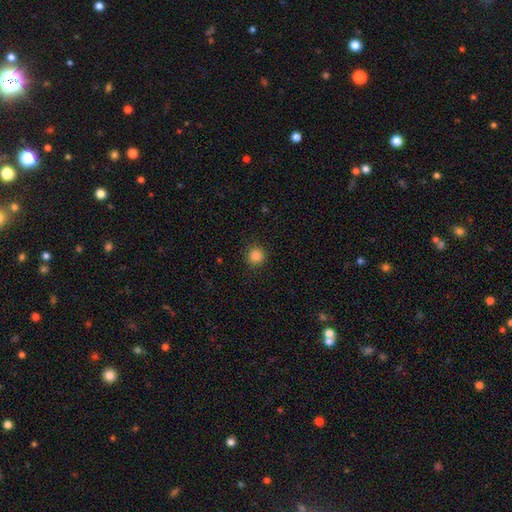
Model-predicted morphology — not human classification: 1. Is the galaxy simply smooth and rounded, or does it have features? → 87% smooth, 11% star or artifact, 3% featured or disk.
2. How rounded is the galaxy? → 94% round, 5% in between, 1% cigar-shaped.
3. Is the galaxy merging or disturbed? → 91% none, 6% minor disturbance, 2% major disturbance, 1% merger.